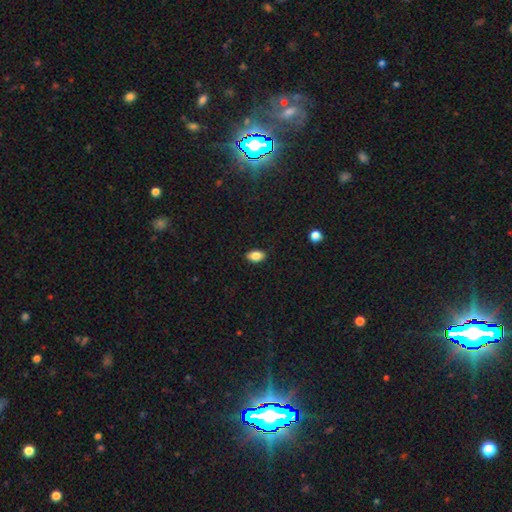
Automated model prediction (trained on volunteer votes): This appears to be a smooth galaxy with no disk features (84%) that is in between round and cigar-shaped (90%). Merging: none (87%).